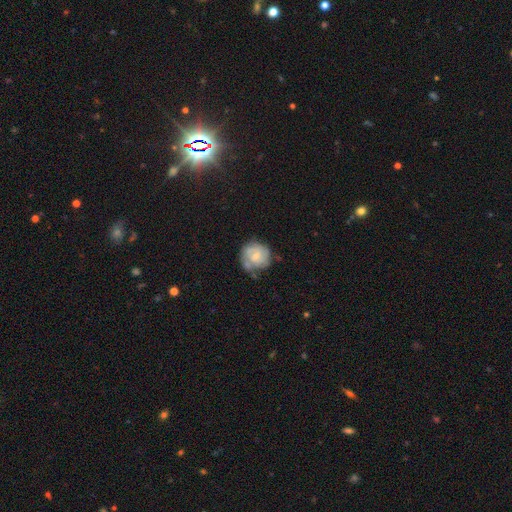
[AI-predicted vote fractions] A featured or disk galaxy (55%) with no bar (64%), spiral arms (74%) and a small central bulge (52%). Merging: none (55%).